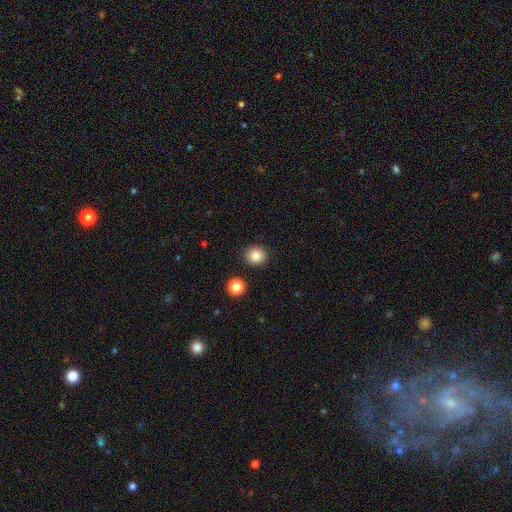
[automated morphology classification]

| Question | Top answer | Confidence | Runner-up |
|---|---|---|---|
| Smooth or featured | smooth | 85% | star or artifact (10%) |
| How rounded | round | 92% | in between (7%) |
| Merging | none | 90% | minor disturbance (6%) |